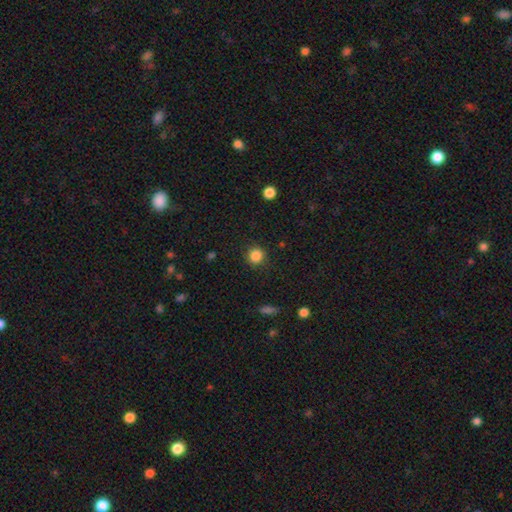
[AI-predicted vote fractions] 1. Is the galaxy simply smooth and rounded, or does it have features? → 85% smooth, 11% star or artifact, 4% featured or disk.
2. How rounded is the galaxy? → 92% round, 7% in between, 1% cigar-shaped.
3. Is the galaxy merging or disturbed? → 90% none, 7% minor disturbance, 3% major disturbance, 1% merger.